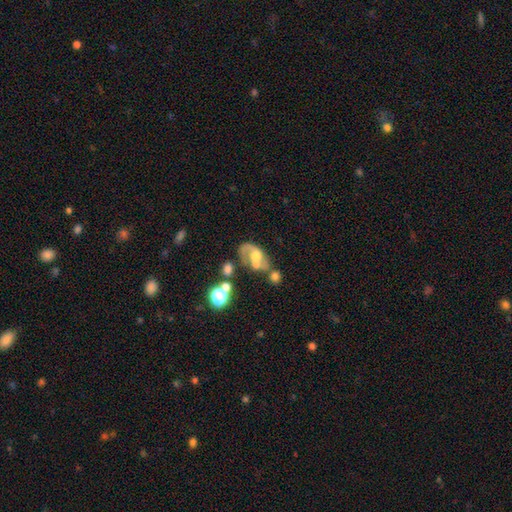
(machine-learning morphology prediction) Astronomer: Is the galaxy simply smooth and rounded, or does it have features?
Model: featured or disk — 64%.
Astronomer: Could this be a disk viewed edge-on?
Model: no — 96%.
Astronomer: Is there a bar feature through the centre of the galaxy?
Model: no — 60%.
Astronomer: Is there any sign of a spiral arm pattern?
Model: yes — 69%.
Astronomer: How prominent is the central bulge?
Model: moderate — 56%.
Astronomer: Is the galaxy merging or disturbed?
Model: merger — 36% (runner-up: none, 29%).